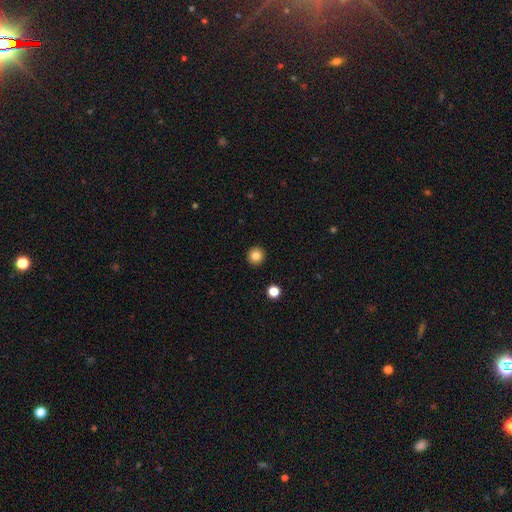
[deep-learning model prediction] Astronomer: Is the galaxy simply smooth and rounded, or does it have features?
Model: smooth — 83%.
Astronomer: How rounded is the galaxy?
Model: round — 95%.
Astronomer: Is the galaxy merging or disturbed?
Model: none — 93%.